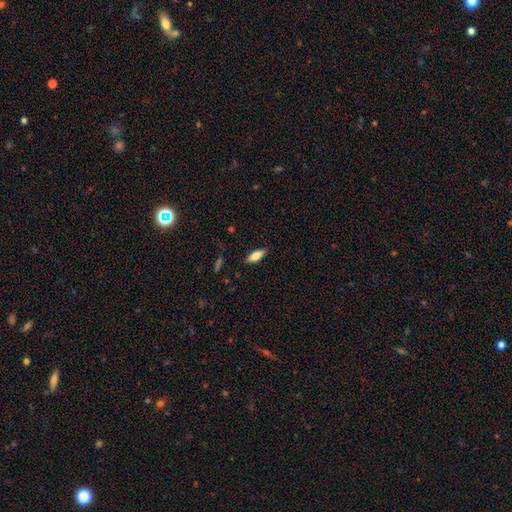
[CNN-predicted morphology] smooth_or_featured: smooth (p=0.74) [alt: featured or disk p=0.20]
how_rounded: in between (p=0.73) [alt: cigar-shaped p=0.25]
merging: none (p=0.87) [alt: minor disturbance p=0.10]